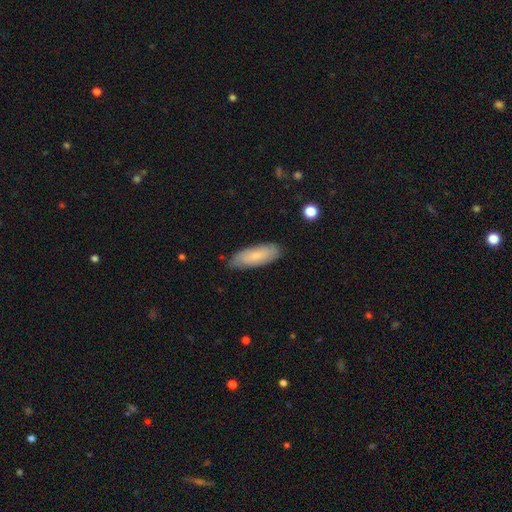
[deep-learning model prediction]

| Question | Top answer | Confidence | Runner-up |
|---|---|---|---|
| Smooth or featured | smooth | 73% | featured or disk (21%) |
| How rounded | in between | 67% | cigar-shaped (31%) |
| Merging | none | 80% | minor disturbance (16%) |